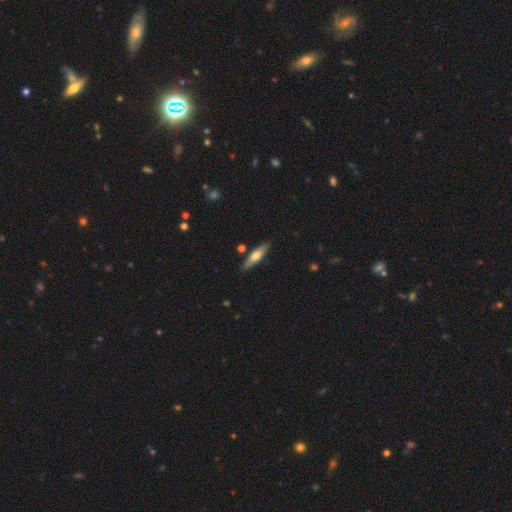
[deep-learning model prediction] Smooth or featured?
  - smooth: 50% *
  - featured or disk: 44%
  - star or artifact: 6%
Merging?
  - none: 84% *
  - minor disturbance: 10%
  - merger: 3%
  - major disturbance: 2%